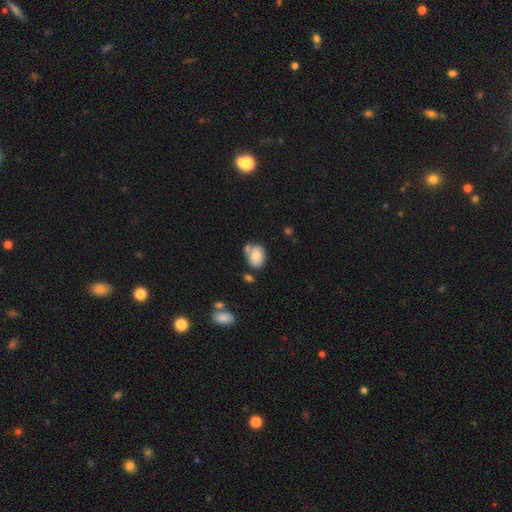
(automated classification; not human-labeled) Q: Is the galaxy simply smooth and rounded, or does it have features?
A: smooth — 79%.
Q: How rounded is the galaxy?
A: in between — 61%.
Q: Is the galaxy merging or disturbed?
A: none — 54%.